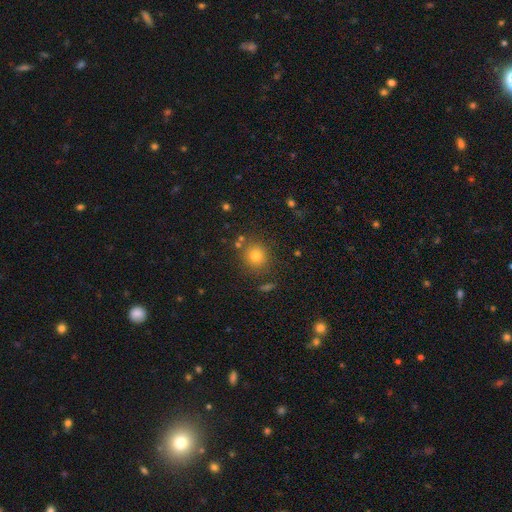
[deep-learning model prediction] smooth-or-featured: smooth: 76% | star or artifact: 16% | featured or disk: 8%
  how-rounded: round: 89% | in between: 10% | cigar-shaped: 1%
  merging: none: 82% | minor disturbance: 9% | merger: 6% | major disturbance: 3%